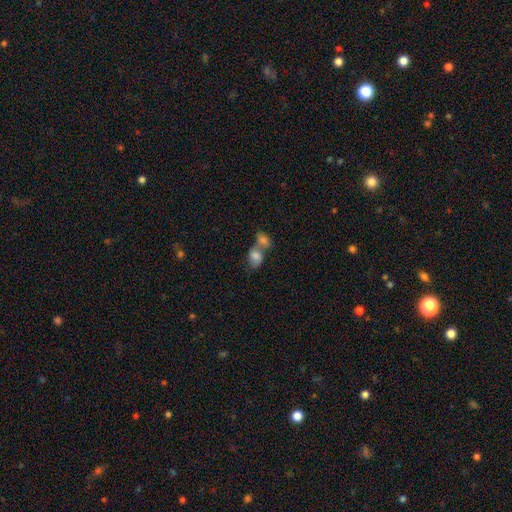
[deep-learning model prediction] This is likely a smooth galaxy (77%). How rounded: likely in between (70%). Merging: likely merger (68%).